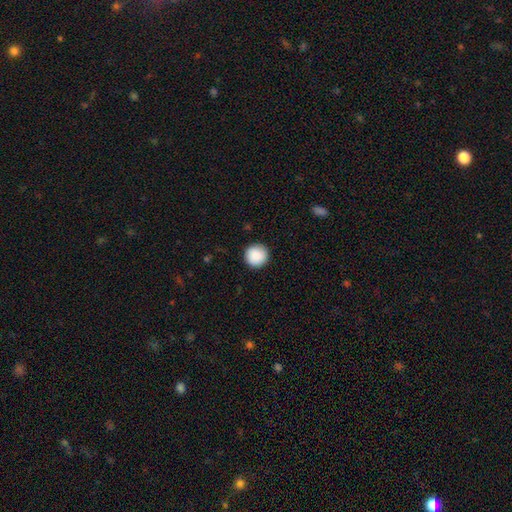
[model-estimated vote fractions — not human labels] This is clearly a smooth galaxy (89%). How rounded: clearly round (96%). Merging: clearly none (92%).